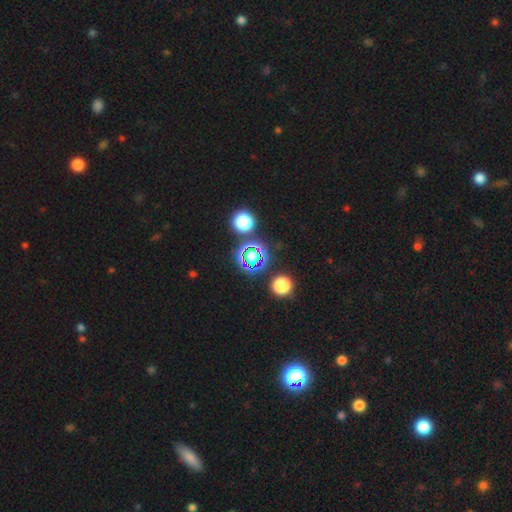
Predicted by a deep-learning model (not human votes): This appears to be a star or artifact, not a galaxy (74%).